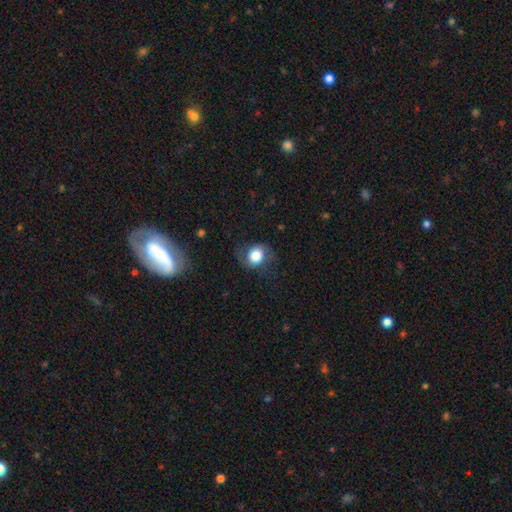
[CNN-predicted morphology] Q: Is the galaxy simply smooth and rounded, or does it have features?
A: smooth — 62%.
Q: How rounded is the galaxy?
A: round — 64%.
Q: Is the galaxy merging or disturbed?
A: none — 64%.